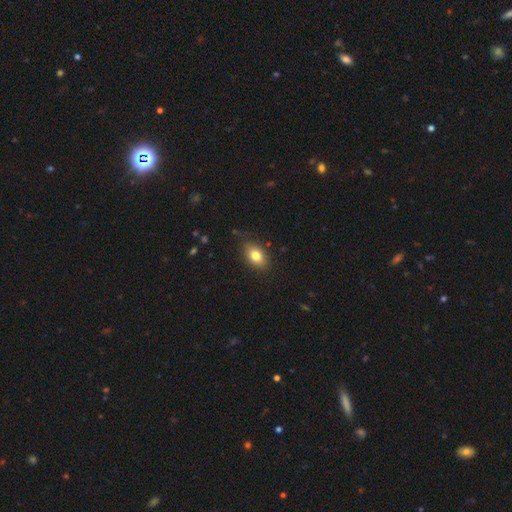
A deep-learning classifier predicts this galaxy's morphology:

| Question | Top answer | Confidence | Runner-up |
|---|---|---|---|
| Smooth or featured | smooth | 80% | featured or disk (12%) |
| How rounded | in between | 83% | round (15%) |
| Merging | none | 80% | minor disturbance (15%) |